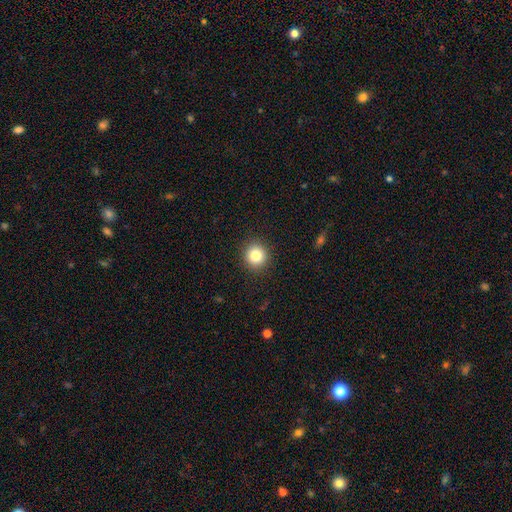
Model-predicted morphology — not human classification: type=smooth (84%); roundness=round (91%); merging=none (91%).